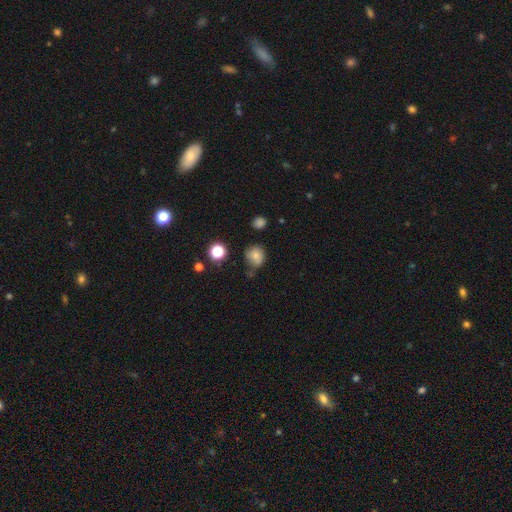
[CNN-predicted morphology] Smooth or featured?
  - smooth: 75% *
  - star or artifact: 14%
  - featured or disk: 10%
How rounded?
  - round: 77% *
  - in between: 22%
  - cigar-shaped: 1%
Merging?
  - none: 60% *
  - minor disturbance: 26%
  - major disturbance: 7%
  - merger: 7%